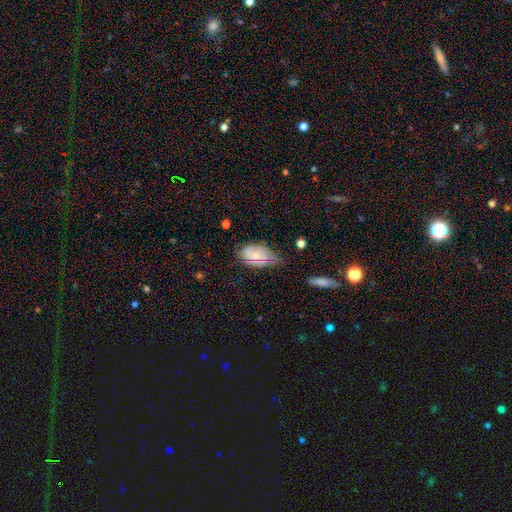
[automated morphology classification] Smooth or featured?
  - smooth: 49% *
  - featured or disk: 42%
  - star or artifact: 9%
Merging?
  - none: 48% *
  - minor disturbance: 38%
  - major disturbance: 12%
  - merger: 2%